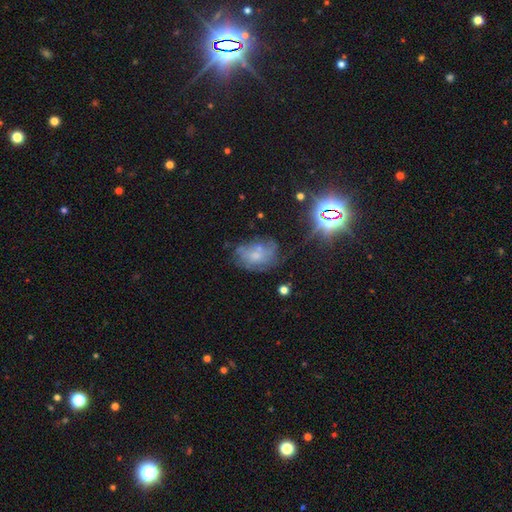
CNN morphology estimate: Smooth or featured: featured or disk — 45% (smooth — 31%)
Merging: none — 54% (minor disturbance — 24%)